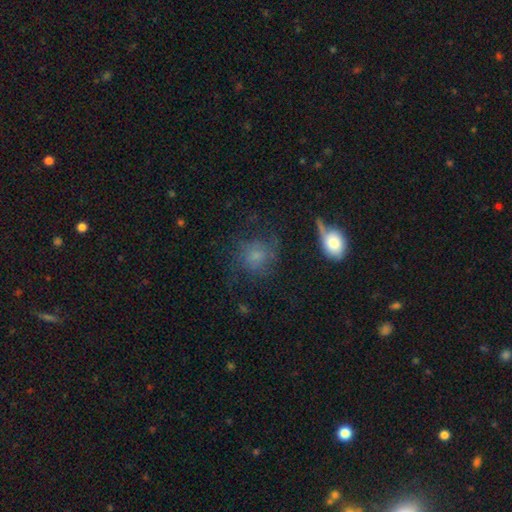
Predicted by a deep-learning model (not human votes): smooth-or-featured: smooth: 61% | featured or disk: 25% | star or artifact: 15%
  how-rounded: round: 81% | in between: 18% | cigar-shaped: 1%
  merging: none: 57% | minor disturbance: 20% | major disturbance: 18% | merger: 5%